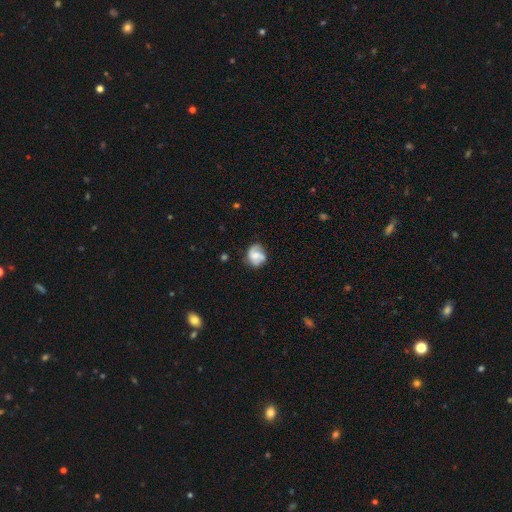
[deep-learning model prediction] A featured or disk galaxy (49%).

Vote fractions:
- Smooth or featured? featured or disk: 49% / smooth: 43% / star or artifact: 8%
- Merging? none: 61% / minor disturbance: 26% / major disturbance: 9% / merger: 4%